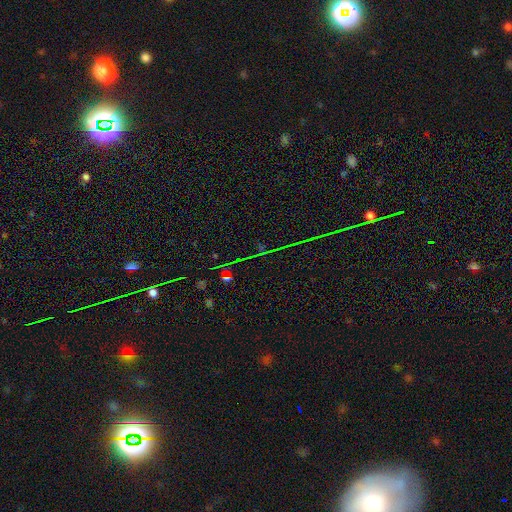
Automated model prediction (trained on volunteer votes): smooth_or_featured: star or artifact (p=0.76) [alt: featured or disk p=0.12]